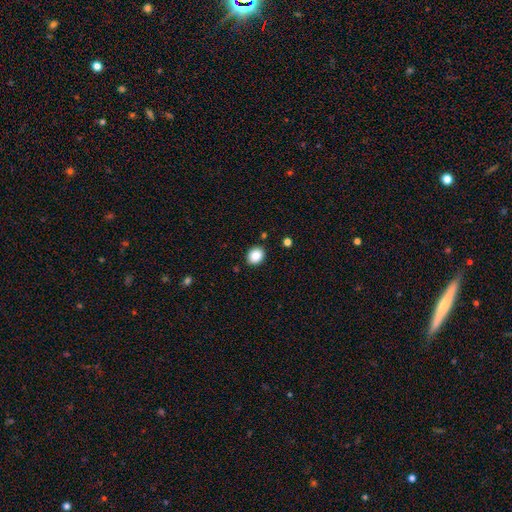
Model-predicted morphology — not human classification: Q: Smooth or featured?
A: smooth (87%); runner-up: star or artifact (9%)
Q: How rounded?
A: round (59%); runner-up: in between (41%)
Q: Merging?
A: none (88%); runner-up: minor disturbance (8%)